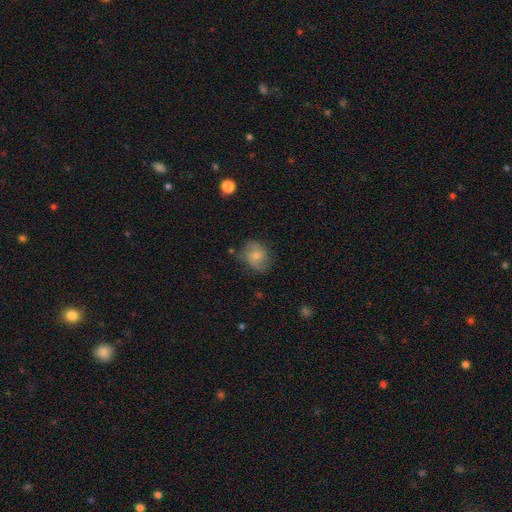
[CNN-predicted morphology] A smooth galaxy with no disk features (52%) that is in between round and cigar-shaped (51%). Merging: none (64%).